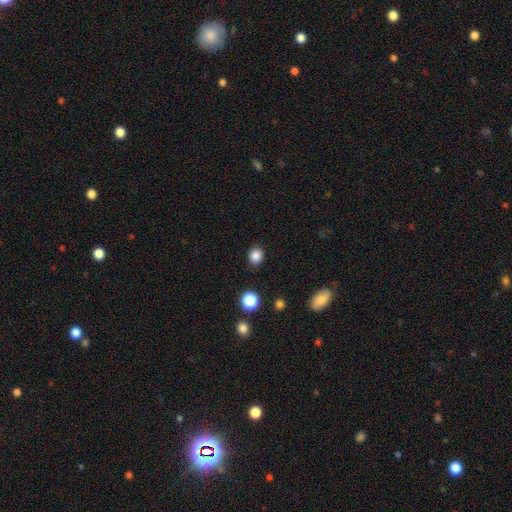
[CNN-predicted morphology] smooth-or-featured: smooth: 85% | star or artifact: 11% | featured or disk: 4%
  how-rounded: round: 72% | in between: 28% | cigar-shaped: 1%
  merging: none: 88% | minor disturbance: 8% | major disturbance: 2% | merger: 1%